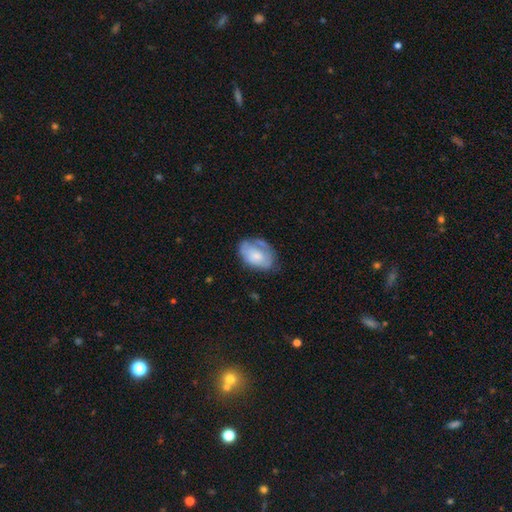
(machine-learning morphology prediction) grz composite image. It shows a smooth galaxy with no disk features (57%) that is in between round and cigar-shaped (84%). Merging: none (52%).